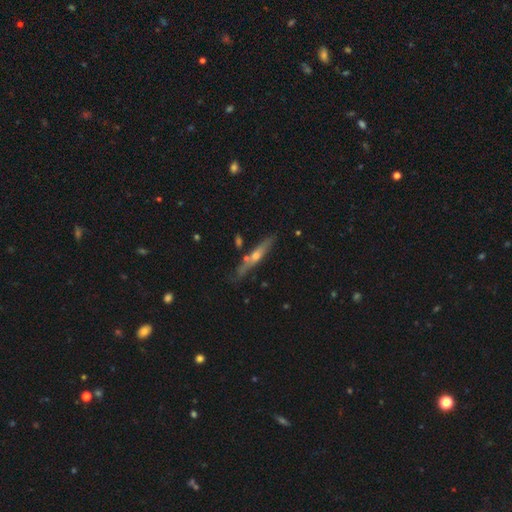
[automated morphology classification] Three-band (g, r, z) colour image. It shows a featured or disk galaxy (63%) viewed edge-on (92%) with a rounded central bulge (80%). Merging: none (76%).